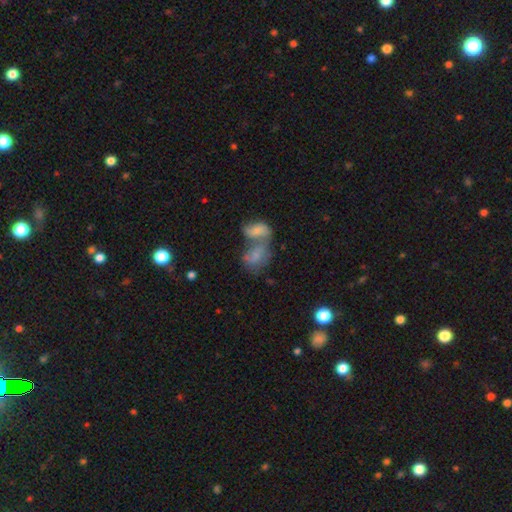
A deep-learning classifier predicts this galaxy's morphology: The model was most divided on "smooth or featured": smooth: 64%, featured or disk: 26%, star or artifact: 10%. More confident: how rounded — in between (80%); merging — merger (73%).